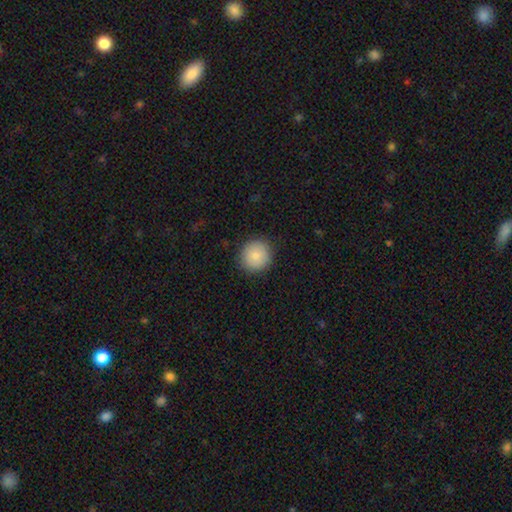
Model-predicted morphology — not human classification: type=smooth (86%); roundness=round (93%); merging=none (89%).